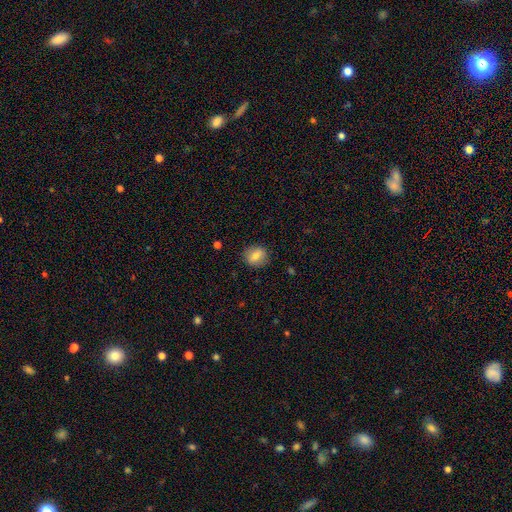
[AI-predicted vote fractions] Morphology: type=smooth (75%); roundness=round (70%); merging=none (86%).